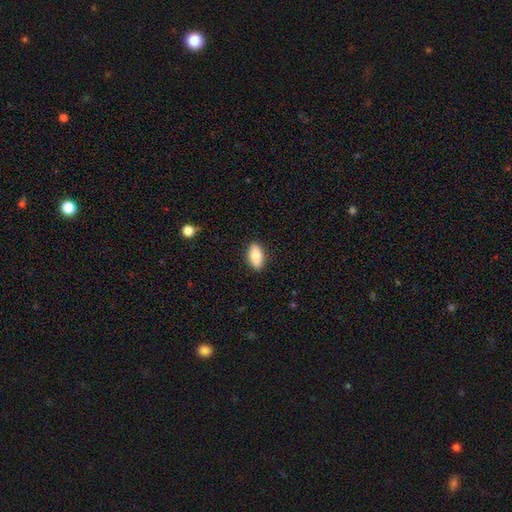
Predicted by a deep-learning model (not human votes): Smooth or featured: smooth — 77% (featured or disk — 16%)
How rounded: in between — 88% (cigar-shaped — 8%)
Merging: none — 89% (minor disturbance — 8%)